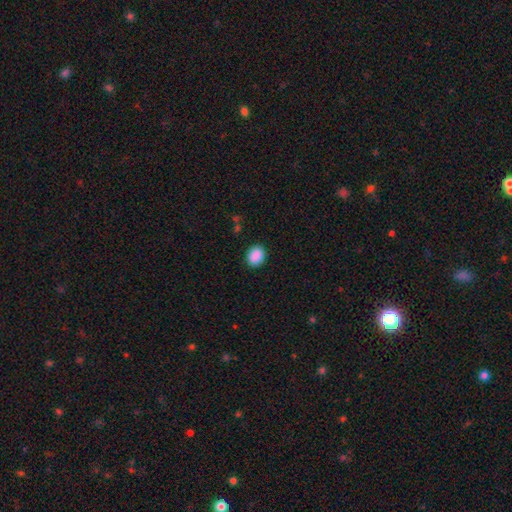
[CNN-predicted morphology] Smooth or featured?
  - smooth: 90% *
  - star or artifact: 8%
  - featured or disk: 2%
How rounded?
  - in between: 52% *
  - round: 47%
  - cigar-shaped: 1%
Merging?
  - none: 90% *
  - minor disturbance: 7%
  - major disturbance: 2%
  - merger: 1%